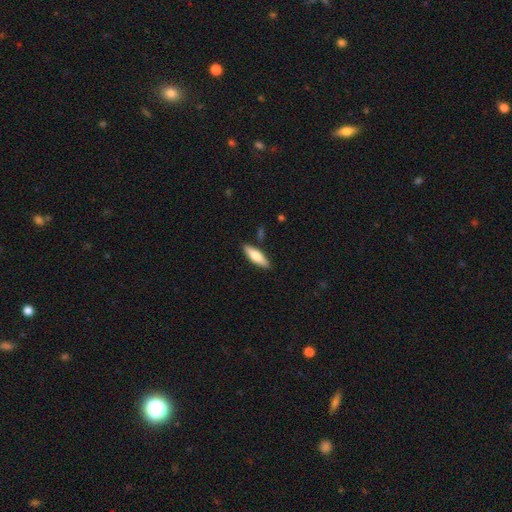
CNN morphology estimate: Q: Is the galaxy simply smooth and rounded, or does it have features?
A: smooth — 69%.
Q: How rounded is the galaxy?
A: cigar-shaped — 51%.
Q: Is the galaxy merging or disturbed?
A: none — 85%.